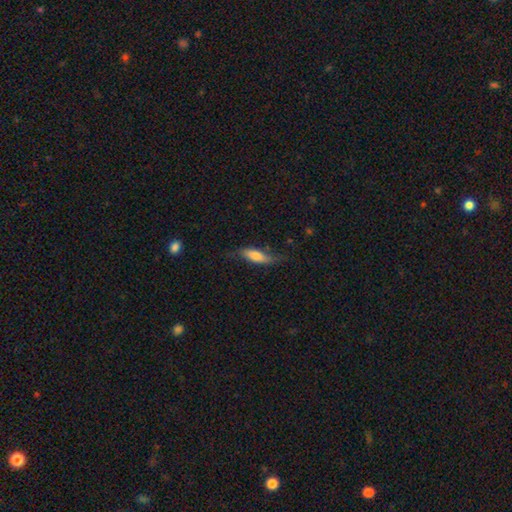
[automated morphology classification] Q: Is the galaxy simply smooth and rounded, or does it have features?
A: smooth — 69%.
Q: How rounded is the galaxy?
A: in between — 58%.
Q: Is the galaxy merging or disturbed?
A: none — 58%.